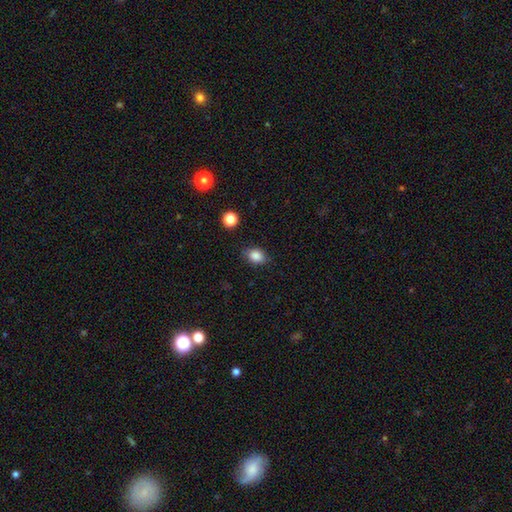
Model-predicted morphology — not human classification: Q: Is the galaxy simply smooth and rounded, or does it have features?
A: smooth — 85%.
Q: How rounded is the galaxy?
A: in between — 58%.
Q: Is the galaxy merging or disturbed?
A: none — 79%.